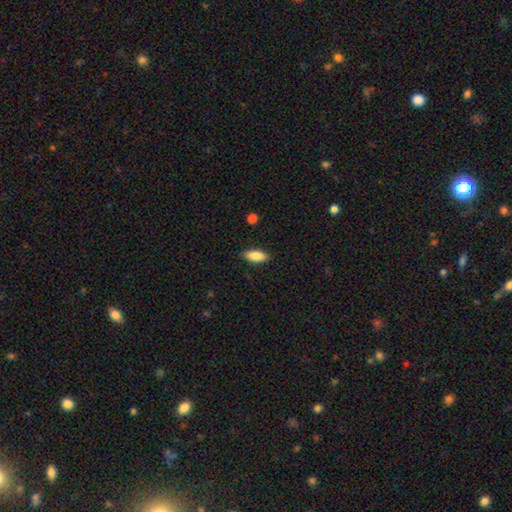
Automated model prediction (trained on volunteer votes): Smooth or featured? smooth (85%)
How rounded? in between (83%)
Merging? none (87%)